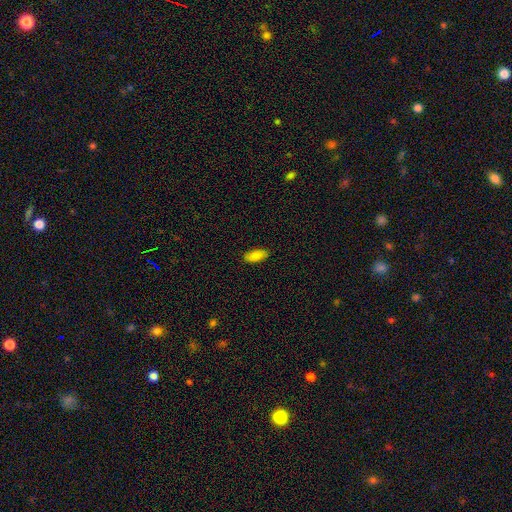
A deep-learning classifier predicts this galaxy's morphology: smooth 84%, featured or disk 9%, star or artifact 7%. Down the decision tree: how rounded — in between (89%); merging — none (89%).